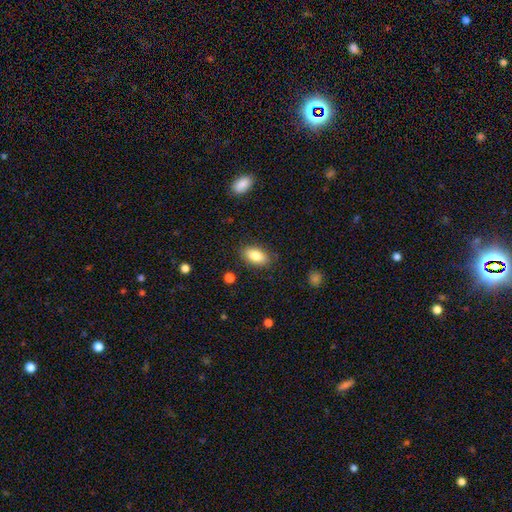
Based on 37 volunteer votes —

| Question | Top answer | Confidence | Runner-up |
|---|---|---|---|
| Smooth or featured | smooth | 97% | featured or disk (3%) |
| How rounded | in between | 89% | round (6%) |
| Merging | none | 73% | minor disturbance (22%) |